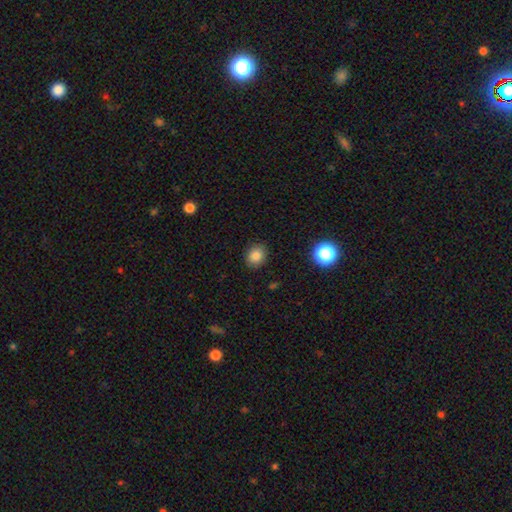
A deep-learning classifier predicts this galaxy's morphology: This is clearly a smooth galaxy (84%). How rounded: likely round (68%). Merging: clearly none (89%).